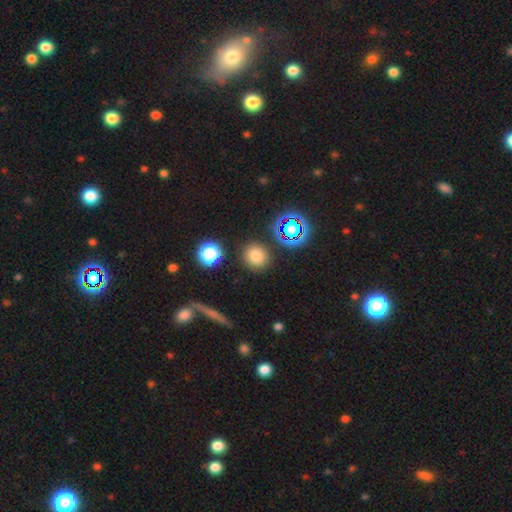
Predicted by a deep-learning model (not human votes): Smooth or featured? smooth (77%)
How rounded? round (90%)
Merging? none (87%)